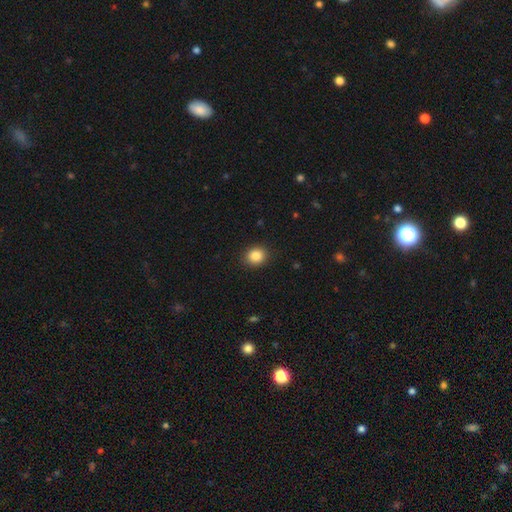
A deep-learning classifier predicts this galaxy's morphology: This appears to be a smooth galaxy with no disk features (87%) that is round (71%). Merging: none (89%).